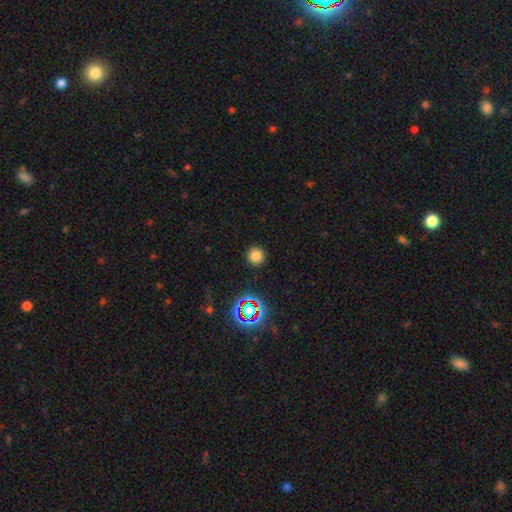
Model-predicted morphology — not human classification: Smooth or featured? Predicted: smooth (p=0.77). How rounded? Predicted: round (p=0.95). Merging? Predicted: none (p=0.91).